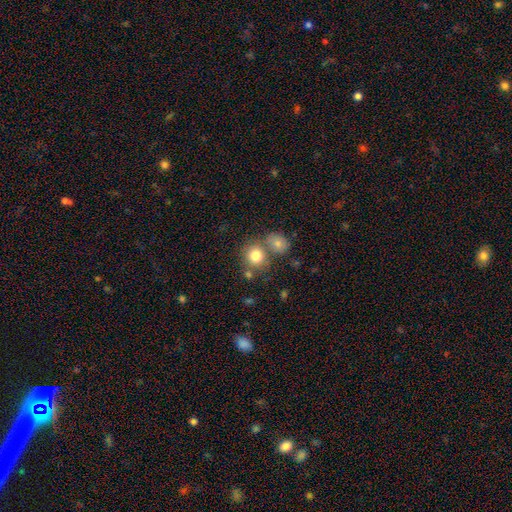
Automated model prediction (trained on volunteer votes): smooth-or-featured: smooth: 79% | star or artifact: 11% | featured or disk: 10%
  how-rounded: round: 81% | in between: 18% | cigar-shaped: 1%
  merging: none: 55% | merger: 31% | minor disturbance: 10% | major disturbance: 4%